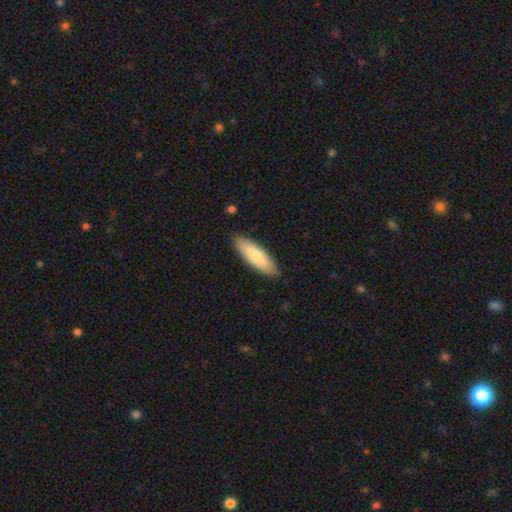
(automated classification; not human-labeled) smooth-or-featured: smooth: 74% | featured or disk: 21% | star or artifact: 5%
  how-rounded: in between: 50% | cigar-shaped: 48% | round: 2%
  merging: none: 89% | minor disturbance: 9% | major disturbance: 2% | merger: 1%